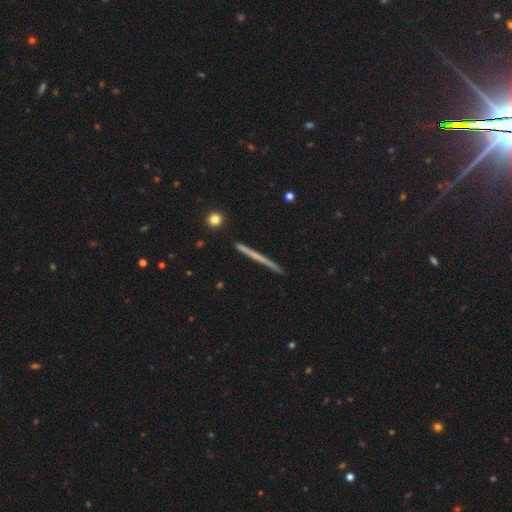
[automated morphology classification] Smooth or featured? featured or disk (56%)
Edge-on disk? yes (98%)
Edge-on bulge? none (86%)
Merging? none (90%)